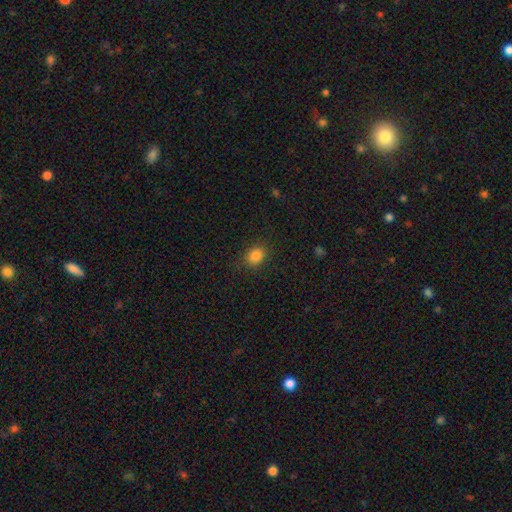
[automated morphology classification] Smooth or featured? Predicted: smooth (p=0.84). How rounded? Predicted: in between (p=0.51). Merging? Predicted: none (p=0.86).